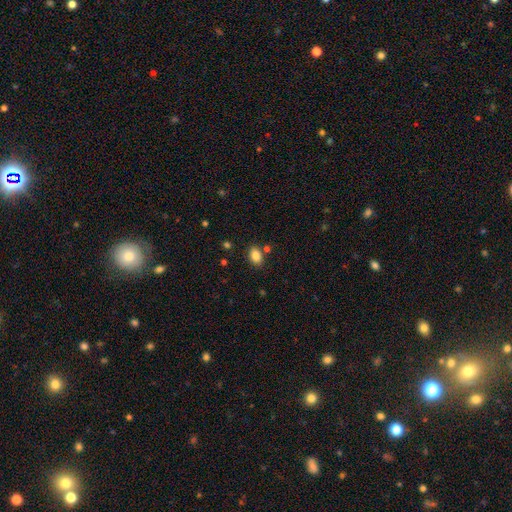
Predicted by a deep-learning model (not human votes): Overall: smooth (85%). How rounded: in between (86%). Merging: none (80%).